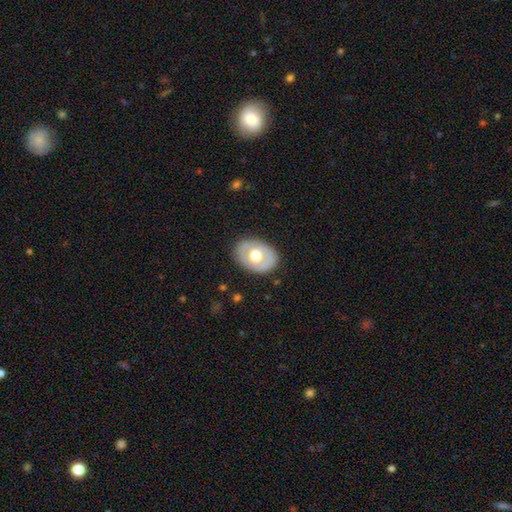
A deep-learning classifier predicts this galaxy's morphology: smooth-or-featured: smooth: 51% | featured or disk: 43% | star or artifact: 6%
  how-rounded: in between: 67% | round: 32% | cigar-shaped: 1%
  merging: none: 83% | minor disturbance: 12% | major disturbance: 4% | merger: 1%